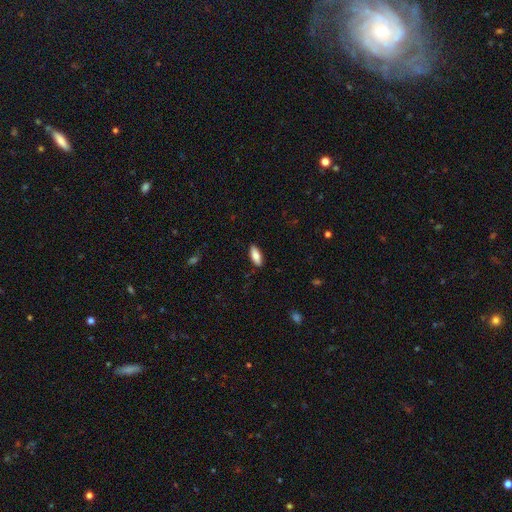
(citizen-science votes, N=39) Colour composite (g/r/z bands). It shows a smooth galaxy with no disk features (79%) that is in between round and cigar-shaped (77%). Merging: none (87%).